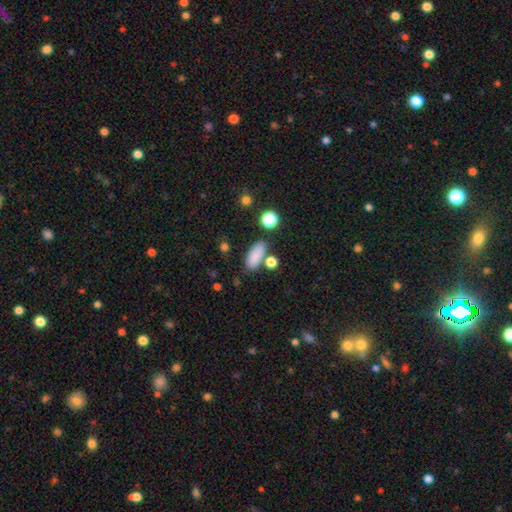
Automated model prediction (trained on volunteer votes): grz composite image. It shows a smooth galaxy with no disk features (84%) that is in between round and cigar-shaped (83%). Merging: none (74%).